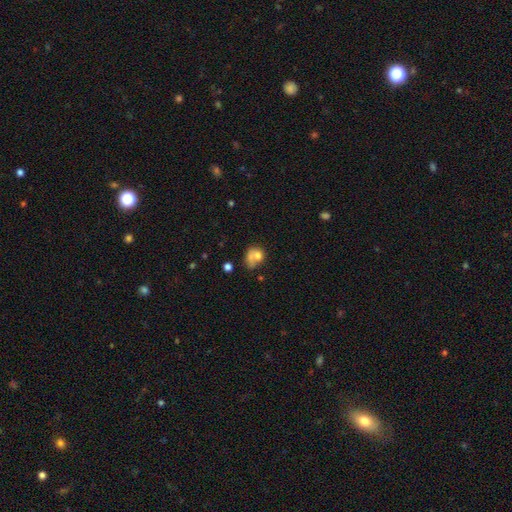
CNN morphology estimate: Q: Smooth or featured?
A: smooth (65%); runner-up: featured or disk (23%)
Q: How rounded?
A: round (50%); runner-up: in between (49%)
Q: Merging?
A: merger (39%); runner-up: none (26%)